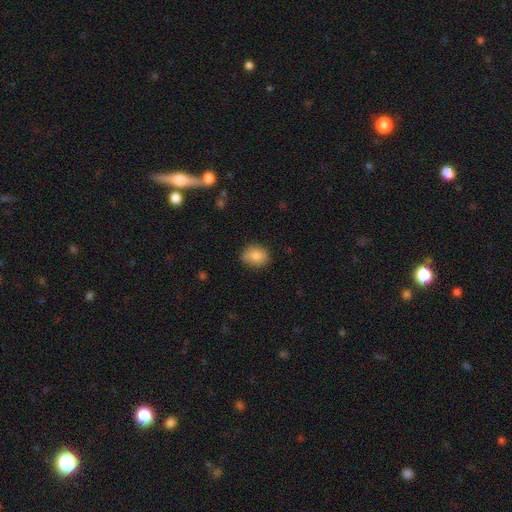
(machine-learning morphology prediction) A smooth galaxy with no disk features (84%) that is round (55%).

Vote fractions:
- Smooth or featured? smooth: 84% / featured or disk: 8% / star or artifact: 8%
- How rounded? round: 55% / in between: 44% / cigar-shaped: 1%
- Merging? none: 80% / minor disturbance: 16% / major disturbance: 3% / merger: 1%